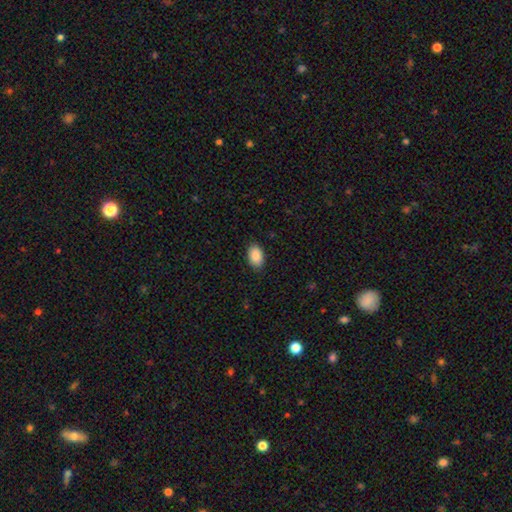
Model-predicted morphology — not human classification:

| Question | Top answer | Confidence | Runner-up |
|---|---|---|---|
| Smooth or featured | smooth | 89% | star or artifact (7%) |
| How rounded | in between | 89% | round (10%) |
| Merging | none | 87% | minor disturbance (10%) |